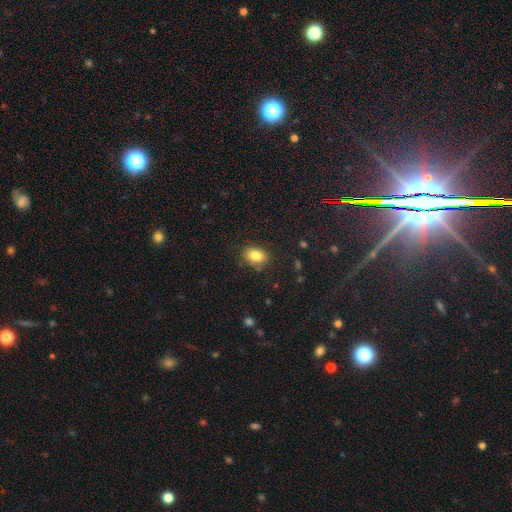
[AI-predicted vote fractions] This appears to be a smooth galaxy with no disk features (84%) that is in between round and cigar-shaped (74%). Merging: none (83%).